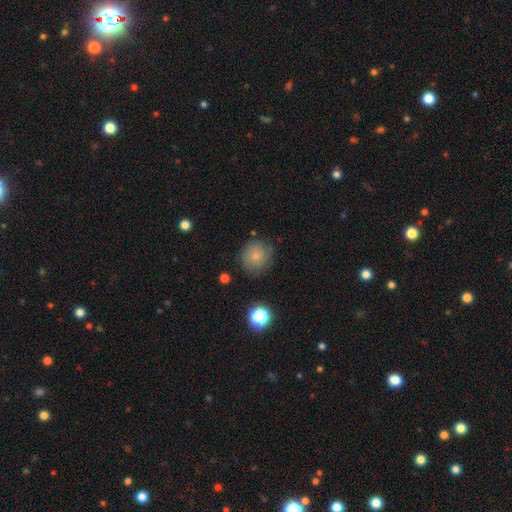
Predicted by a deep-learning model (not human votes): A smooth galaxy with no disk features (73%) that is round (88%).

Vote fractions:
- Smooth or featured? smooth: 73% / featured or disk: 16% / star or artifact: 11%
- How rounded? round: 88% / in between: 11% / cigar-shaped: 1%
- Merging? none: 73% / minor disturbance: 19% / major disturbance: 6% / merger: 2%